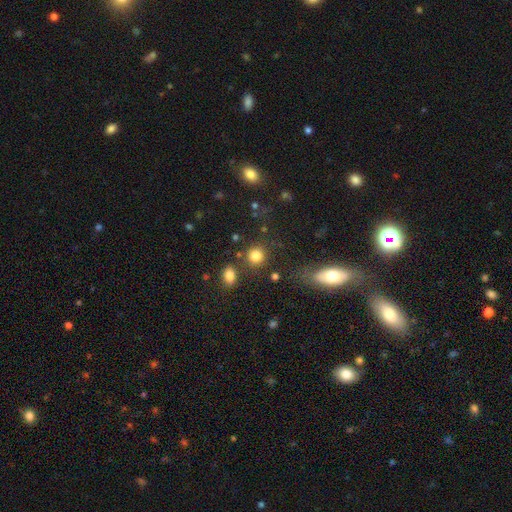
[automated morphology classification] smooth 82%, star or artifact 13%, featured or disk 6%. Down the decision tree: how rounded — round (84%); merging — none (77%).